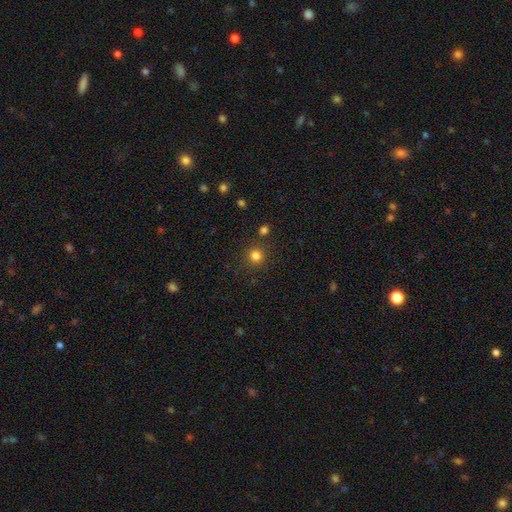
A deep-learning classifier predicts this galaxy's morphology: Smooth or featured? Predicted: smooth (p=0.81). How rounded? Predicted: round (p=0.94). Merging? Predicted: none (p=0.87).